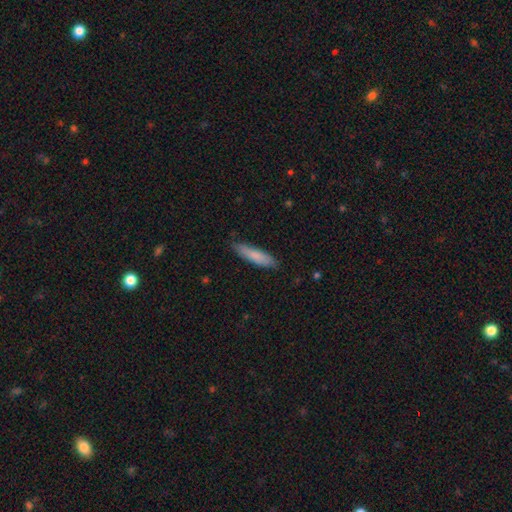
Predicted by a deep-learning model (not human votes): smooth 81%, featured or disk 14%, star or artifact 5%. Down the decision tree: how rounded — cigar-shaped (77%); merging — none (83%).